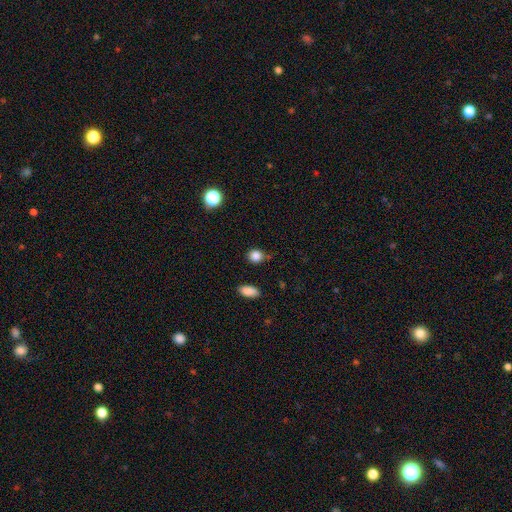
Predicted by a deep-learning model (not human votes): This appears to be a smooth galaxy with no disk features (85%) that is round (77%). Merging: none (72%).